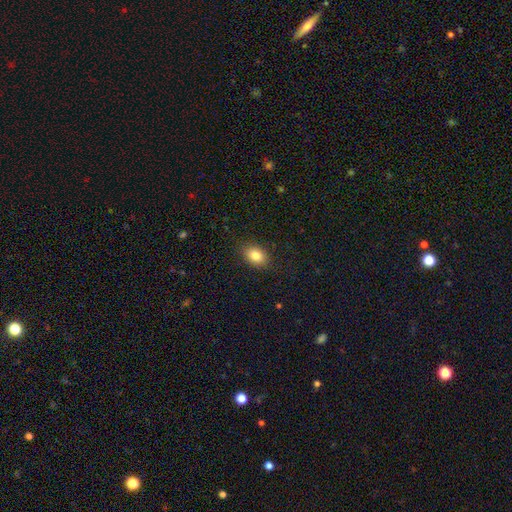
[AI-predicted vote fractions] A smooth galaxy with no disk features (83%) that is in between round and cigar-shaped (72%). Merging: none (87%).